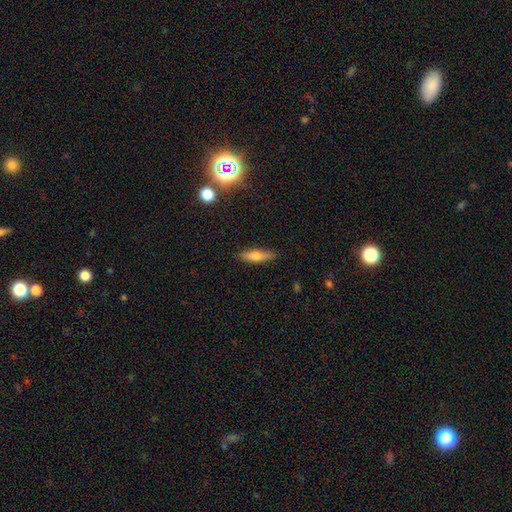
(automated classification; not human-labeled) The model was most divided on "how rounded": cigar-shaped: 58%, in between: 39%, round: 3%. More confident: merging — none (85%); smooth or featured — smooth (64%).